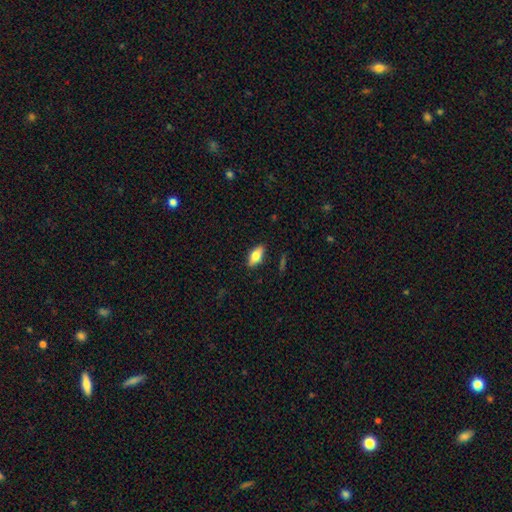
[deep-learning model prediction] The model was most divided on "smooth or featured": smooth: 71%, featured or disk: 22%, star or artifact: 7%. More confident: merging — none (87%); how rounded — in between (84%).